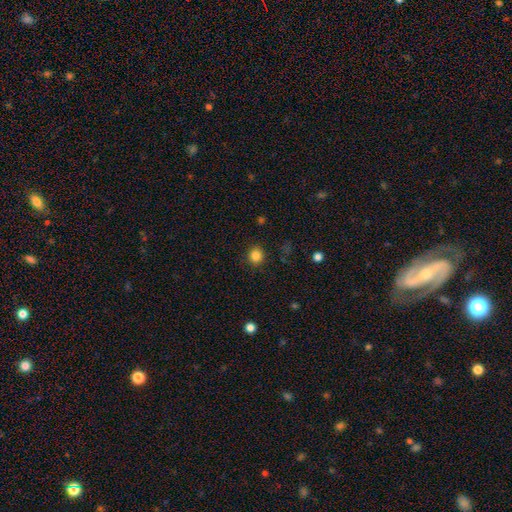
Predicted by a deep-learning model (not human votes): A smooth galaxy with no disk features (84%) that is round (90%). Merging: none (90%).